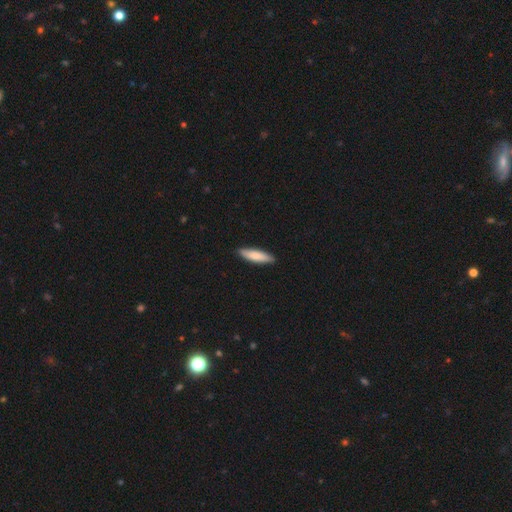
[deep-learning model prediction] Overall: smooth (81%). How rounded: cigar-shaped (69%; in between 29%). Merging: none (89%).